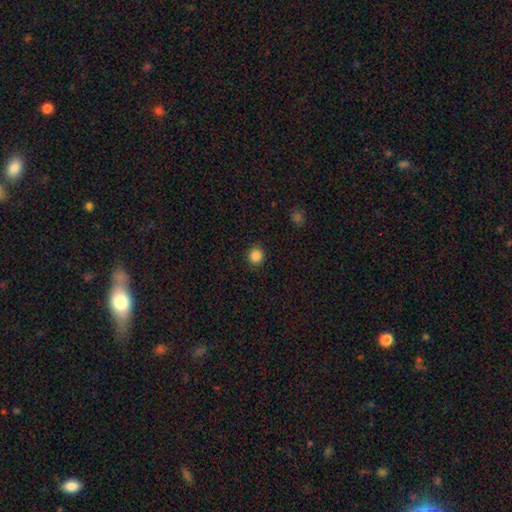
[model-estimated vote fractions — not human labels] smooth-or-featured: smooth: 86% | star or artifact: 11% | featured or disk: 3%
  how-rounded: round: 89% | in between: 10% | cigar-shaped: 1%
  merging: none: 91% | minor disturbance: 6% | major disturbance: 2% | merger: 1%